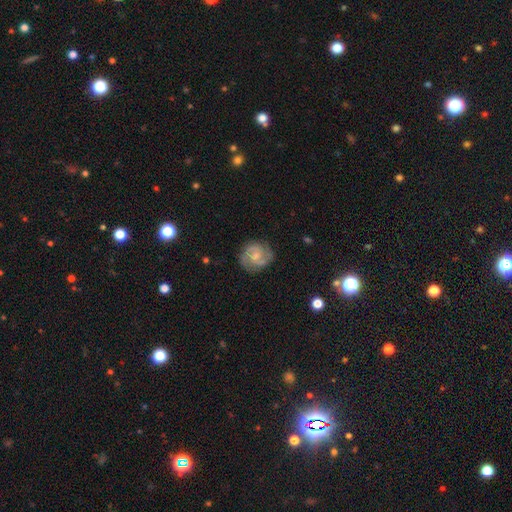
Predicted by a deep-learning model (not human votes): Q: Smooth or featured?
A: featured or disk (78%); runner-up: smooth (16%)
Q: Edge-on disk?
A: no (98%); runner-up: yes (2%)
Q: Bar?
A: no (51%); runner-up: weak (43%)
Q: Spiral arms?
A: yes (96%); runner-up: no (4%)
Q: Spiral winding?
A: medium (47%); runner-up: tight (42%)
Q: Spiral arm count?
A: 2 (75%); runner-up: 3 (11%)
Q: Bulge size?
A: small (43%); runner-up: moderate (39%)
Q: Merging?
A: none (78%); runner-up: minor disturbance (15%)